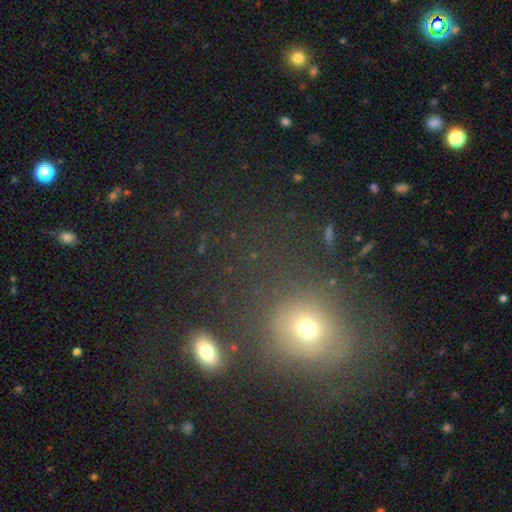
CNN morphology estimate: type=smooth (54%); roundness=round (77%); merging=none (67%).